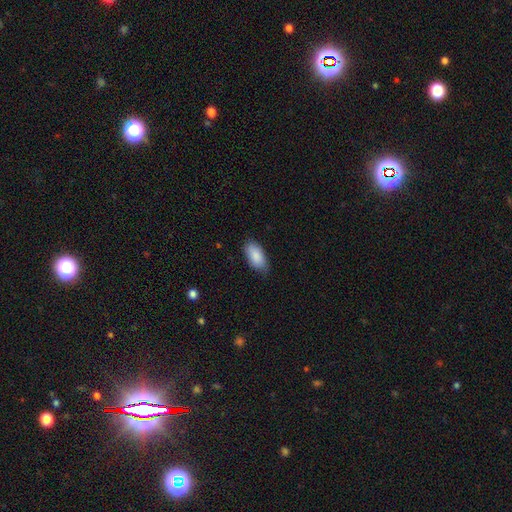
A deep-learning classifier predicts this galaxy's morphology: Smooth or featured?
  - smooth: 88% *
  - featured or disk: 6%
  - star or artifact: 6%
How rounded?
  - in between: 93% *
  - cigar-shaped: 4%
  - round: 3%
Merging?
  - none: 76% *
  - minor disturbance: 20%
  - major disturbance: 3%
  - merger: 1%